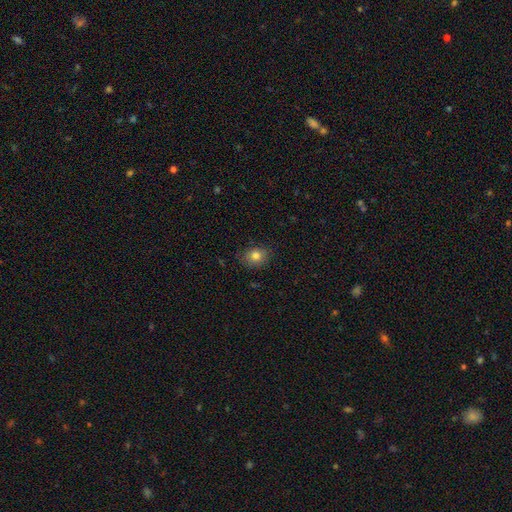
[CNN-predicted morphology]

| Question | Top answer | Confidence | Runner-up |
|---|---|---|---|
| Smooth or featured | smooth | 81% | star or artifact (11%) |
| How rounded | round | 58% | in between (42%) |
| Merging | none | 83% | minor disturbance (13%) |